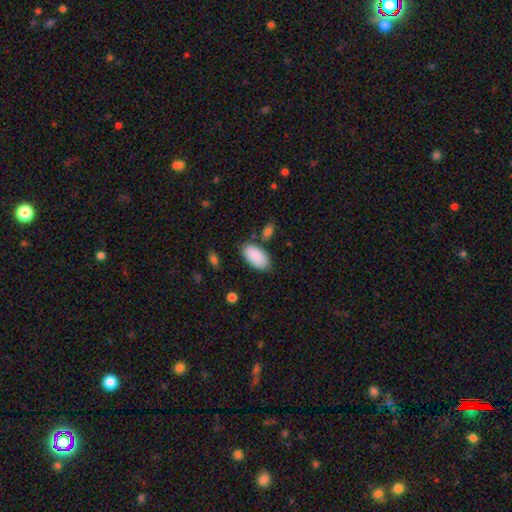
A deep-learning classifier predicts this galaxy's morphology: smooth_or_featured: smooth (p=0.87) [alt: featured or disk p=0.07]
how_rounded: in between (p=0.95) [alt: round p=0.03]
merging: none (p=0.77) [alt: minor disturbance p=0.14]